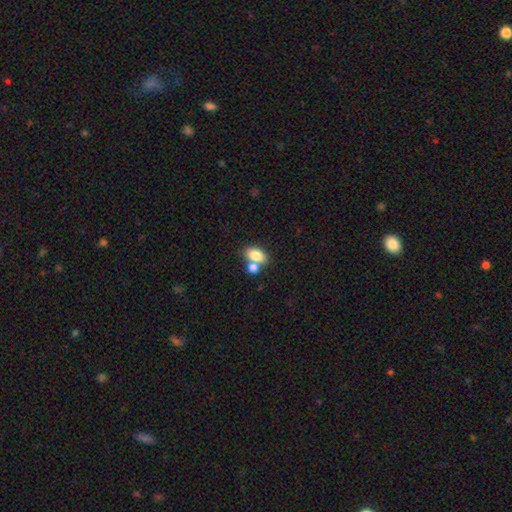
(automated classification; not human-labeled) smooth_or_featured: smooth (p=0.81) [alt: featured or disk p=0.11]
how_rounded: in between (p=0.86) [alt: round p=0.12]
merging: none (p=0.44) [alt: merger p=0.42]